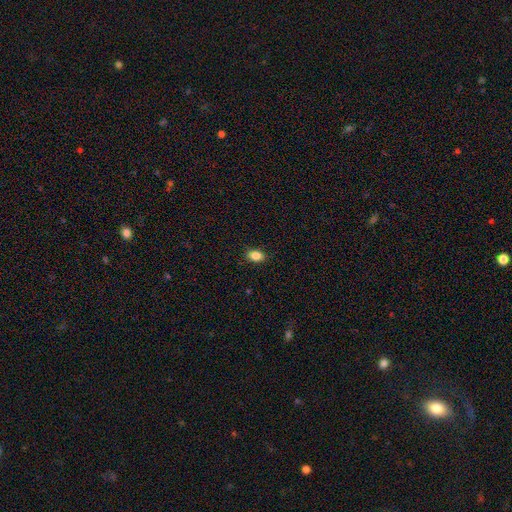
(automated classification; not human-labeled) Smooth or featured: smooth — 86% (star or artifact — 9%)
How rounded: in between — 81% (round — 17%)
Merging: none — 87% (minor disturbance — 10%)